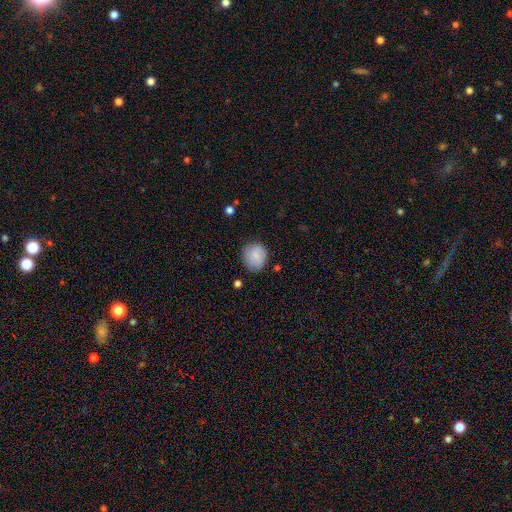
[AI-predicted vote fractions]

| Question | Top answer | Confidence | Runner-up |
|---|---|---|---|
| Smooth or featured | smooth | 83% | featured or disk (10%) |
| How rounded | round | 72% | in between (27%) |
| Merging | none | 75% | minor disturbance (19%) |